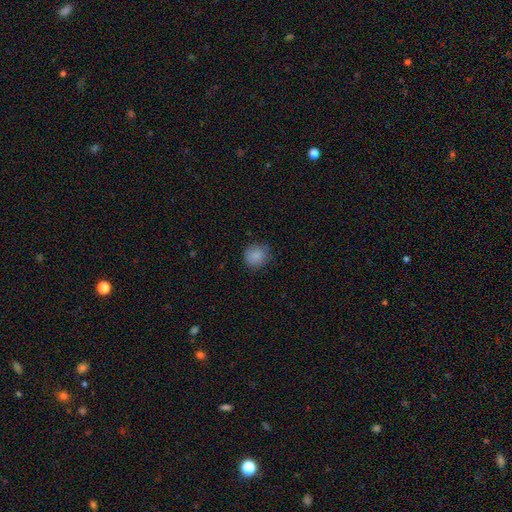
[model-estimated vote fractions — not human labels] The model was most divided on "merging": none: 83%, minor disturbance: 13%, major disturbance: 3%, merger: 1%. More confident: how rounded — round (88%); smooth or featured — smooth (87%).